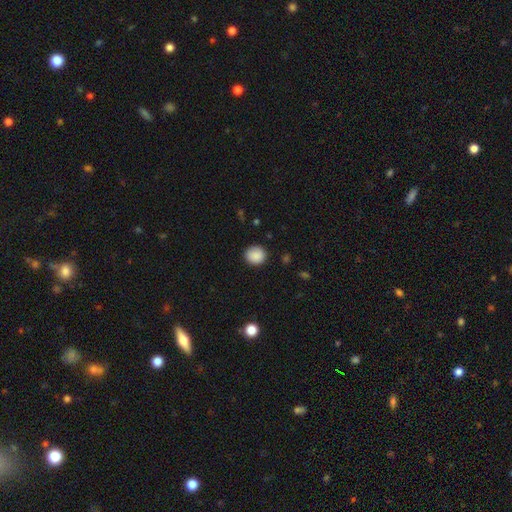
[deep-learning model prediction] Q: Smooth or featured?
A: smooth (88%); runner-up: star or artifact (8%)
Q: How rounded?
A: round (83%); runner-up: in between (16%)
Q: Merging?
A: none (87%); runner-up: minor disturbance (10%)